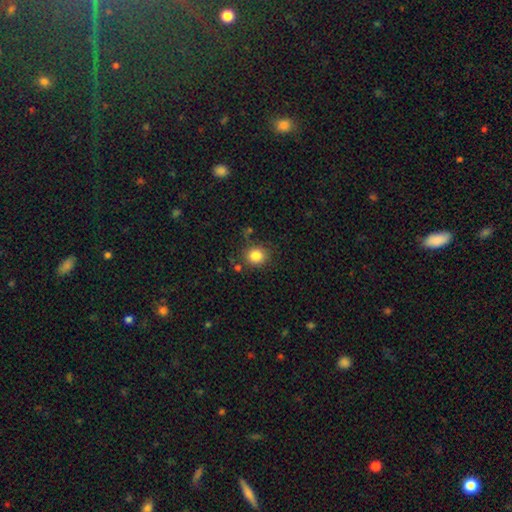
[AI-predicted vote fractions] This is clearly a smooth galaxy (84%). How rounded: clearly round (83%). Merging: likely none (80%).